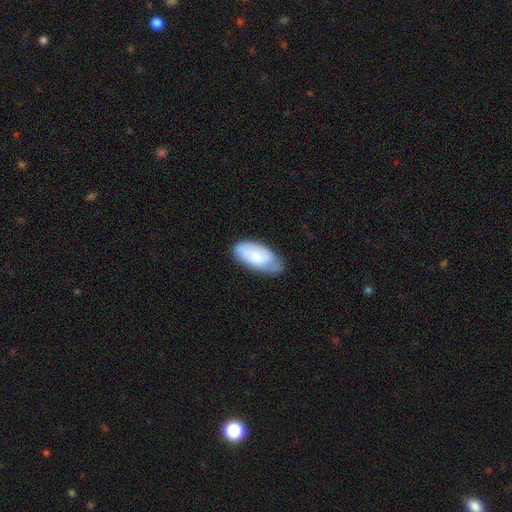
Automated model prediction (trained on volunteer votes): This appears to be a smooth galaxy with no disk features (63%) that is in between round and cigar-shaped (91%). Merging: none (64%).